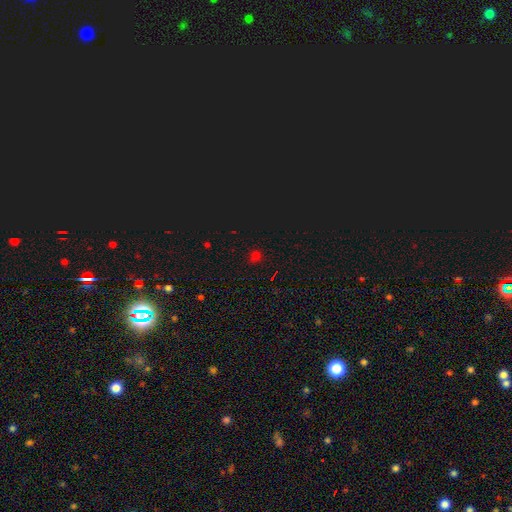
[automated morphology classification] smooth_or_featured: smooth (p=0.56) [alt: star or artifact p=0.39]
how_rounded: round (p=0.85) [alt: in between p=0.14]
merging: none (p=0.84) [alt: minor disturbance p=0.10]